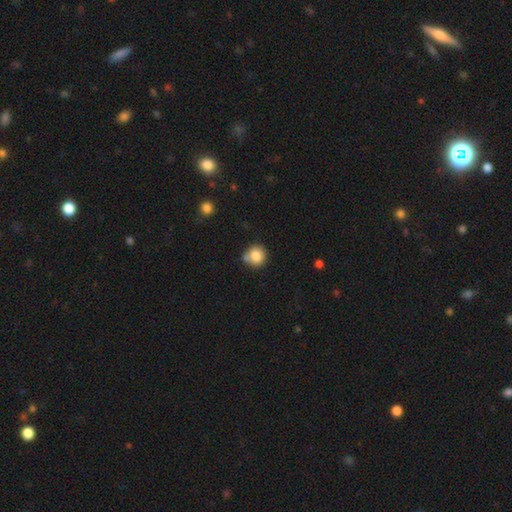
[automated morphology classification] This is clearly a smooth galaxy (83%). How rounded: clearly round (90%). Merging: likely none (62%).